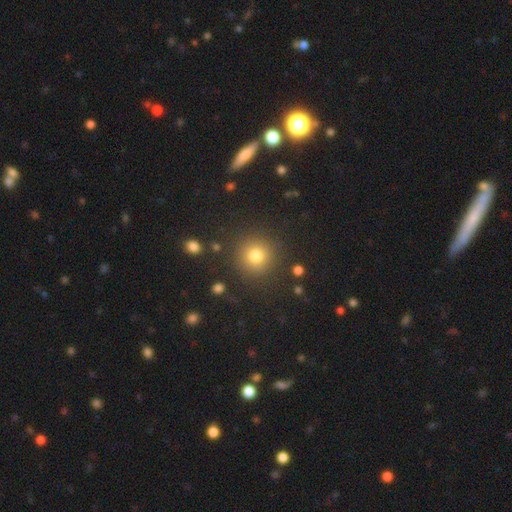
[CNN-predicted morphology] Smooth or featured? Predicted: smooth (p=0.78). How rounded? Predicted: round (p=0.94). Merging? Predicted: none (p=0.89).